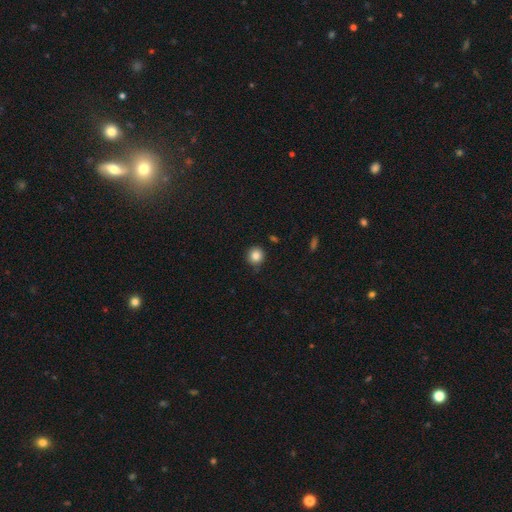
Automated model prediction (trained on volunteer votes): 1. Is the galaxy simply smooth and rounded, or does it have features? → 85% smooth, 10% star or artifact, 5% featured or disk.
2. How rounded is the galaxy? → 92% round, 7% in between, 1% cigar-shaped.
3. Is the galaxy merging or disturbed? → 85% none, 11% minor disturbance, 2% major disturbance, 2% merger.